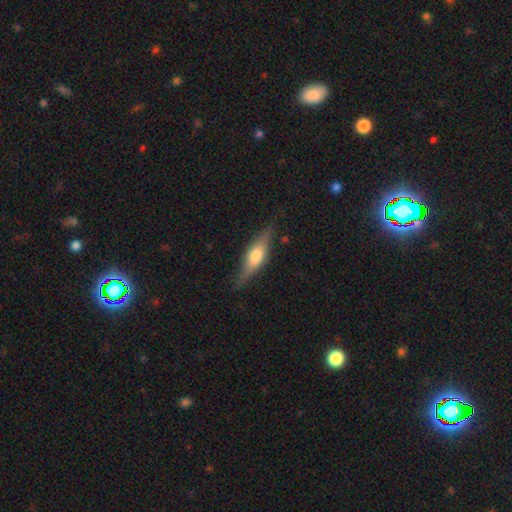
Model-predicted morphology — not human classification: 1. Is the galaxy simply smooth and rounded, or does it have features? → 55% featured or disk, 39% smooth, 6% star or artifact.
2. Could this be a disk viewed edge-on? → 92% yes, 8% no.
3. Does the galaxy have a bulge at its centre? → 84% rounded, 12% boxy, 4% none.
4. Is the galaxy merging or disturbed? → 80% none, 15% minor disturbance, 4% major disturbance, 1% merger.